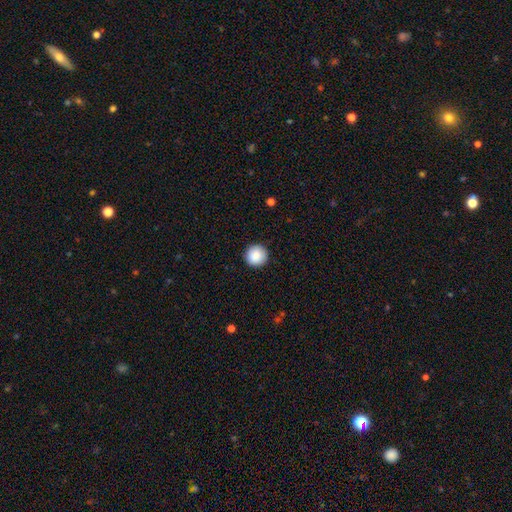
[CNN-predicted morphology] Overall: smooth (89%). How rounded: round (96%). Merging: none (92%).